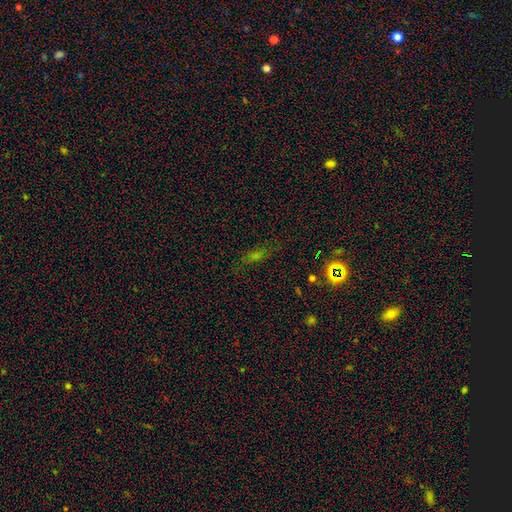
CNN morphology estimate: Overall: star or artifact (43%; smooth 39%).